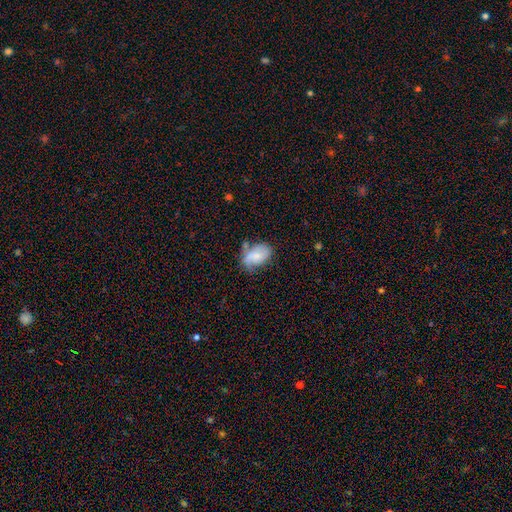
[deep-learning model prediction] This appears to be a smooth galaxy with no disk features (60%) that is in between round and cigar-shaped (87%). Merging: none (43%).